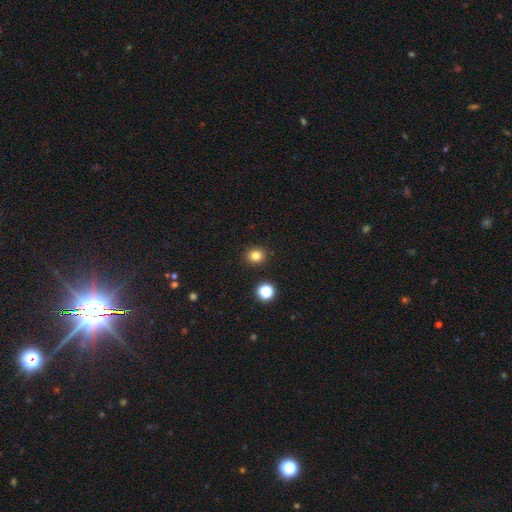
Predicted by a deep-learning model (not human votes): This is clearly a smooth galaxy (81%). How rounded: clearly round (83%). Merging: clearly none (91%).